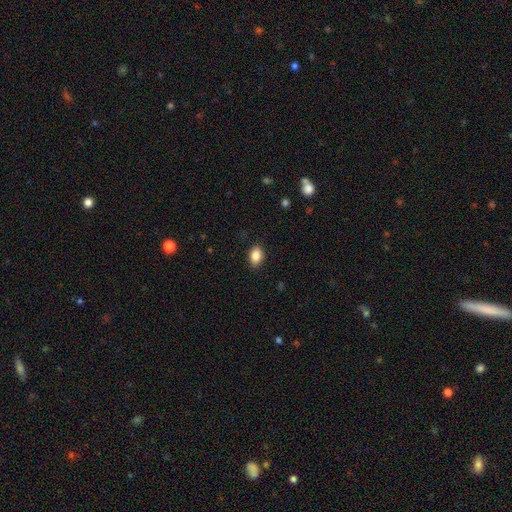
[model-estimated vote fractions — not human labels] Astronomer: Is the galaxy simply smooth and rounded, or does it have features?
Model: smooth — 87%.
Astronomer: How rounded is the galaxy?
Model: in between — 80%.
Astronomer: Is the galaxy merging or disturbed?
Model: none — 88%.